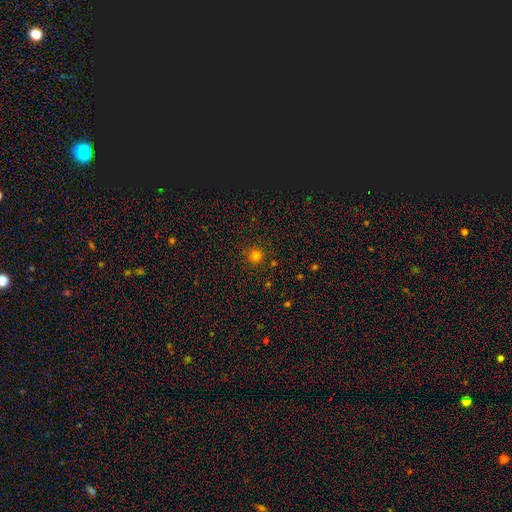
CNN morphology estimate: Smooth or featured? Predicted: smooth (p=0.78). How rounded? Predicted: round (p=0.95). Merging? Predicted: none (p=0.89).